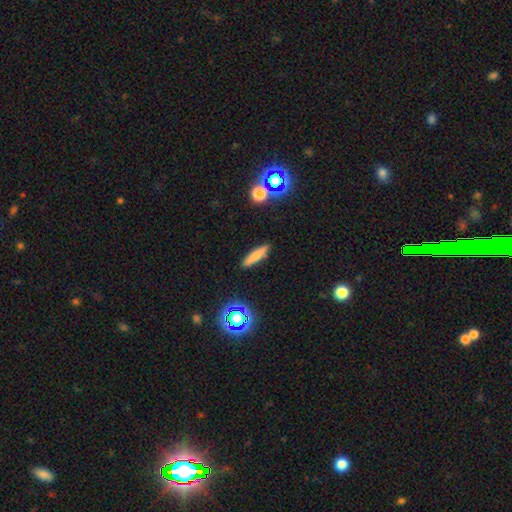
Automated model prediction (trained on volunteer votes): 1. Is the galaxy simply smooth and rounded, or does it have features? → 73% smooth, 16% featured or disk, 11% star or artifact.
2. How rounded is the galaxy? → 80% cigar-shaped, 18% in between, 3% round.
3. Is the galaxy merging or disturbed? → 88% none, 8% minor disturbance, 2% major disturbance, 2% merger.